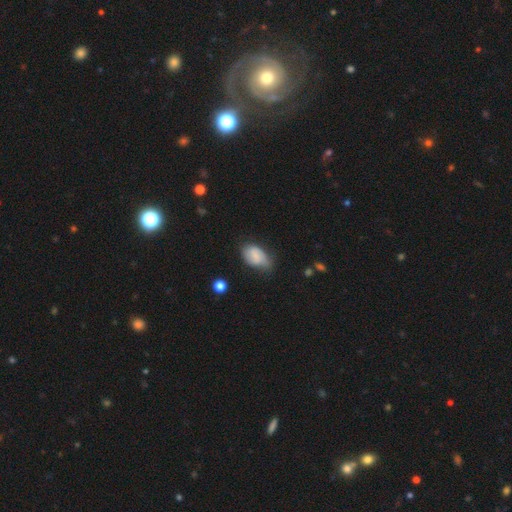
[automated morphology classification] Smooth or featured: smooth — 70% (featured or disk — 22%)
How rounded: in between — 90% (round — 8%)
Merging: none — 51% (minor disturbance — 37%)